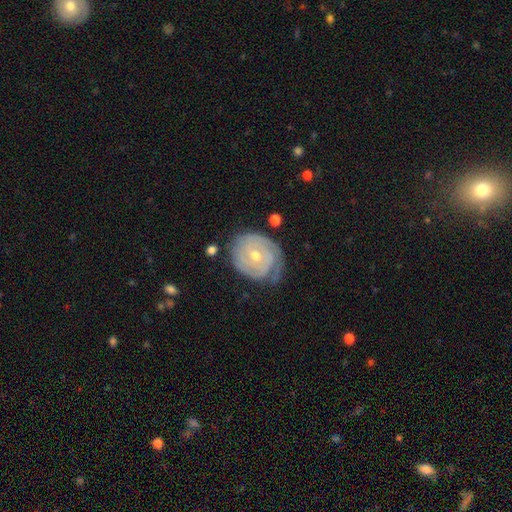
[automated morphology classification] The model was most divided on "bulge size": small: 50%, moderate: 48%, large: 1%, none: 1%, dominant: 1%. Remaining: edge-on disk — no (97%); spiral arms — yes (93%); smooth or featured — featured or disk (82%); spiral winding — tight (82%); bar — no (70%); merging — none (67%); spiral arm count — can't tell (34%).